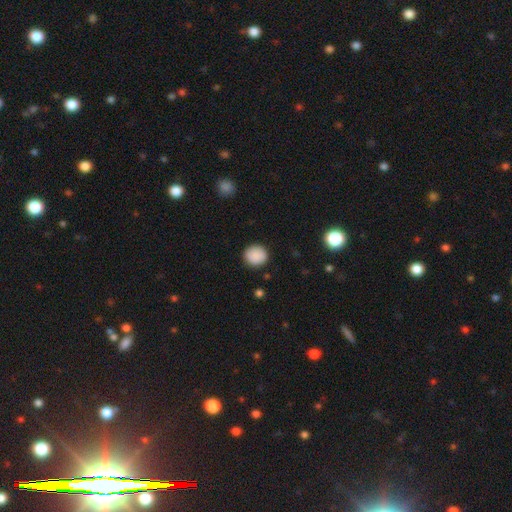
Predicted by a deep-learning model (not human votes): Q: Smooth or featured?
A: smooth (89%); runner-up: star or artifact (8%)
Q: How rounded?
A: round (88%); runner-up: in between (11%)
Q: Merging?
A: none (89%); runner-up: minor disturbance (7%)